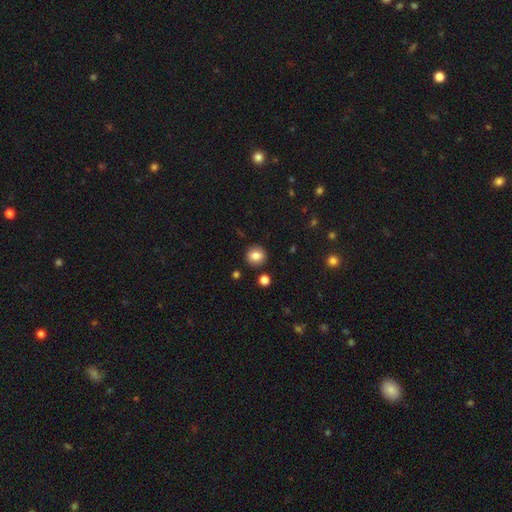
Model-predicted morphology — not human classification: The model was most divided on "smooth or featured": smooth: 82%, star or artifact: 10%, featured or disk: 7%. More confident: how rounded — round (90%); merging — none (90%).